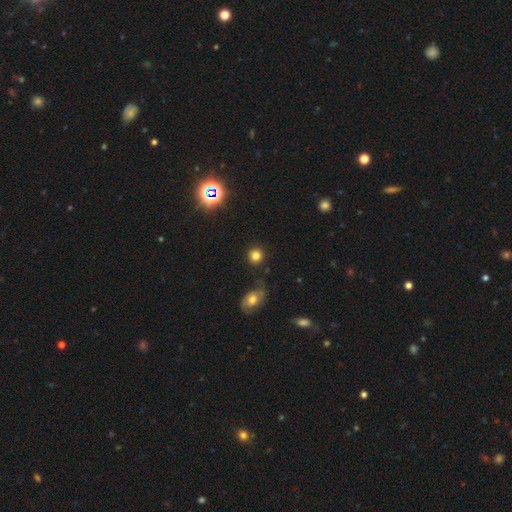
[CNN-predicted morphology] type=smooth (79%); roundness=round (90%); merging=none (85%).